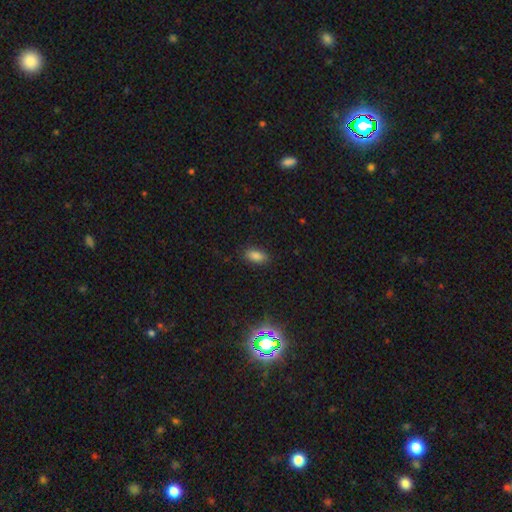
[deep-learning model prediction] A smooth galaxy with no disk features (84%) that is in between round and cigar-shaped (90%). Merging: none (86%).